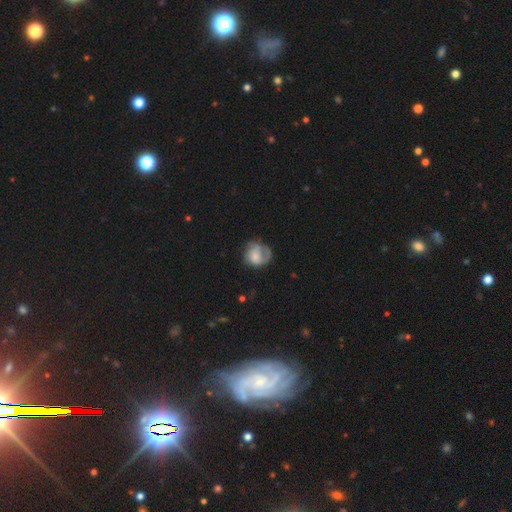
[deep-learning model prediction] A featured or disk galaxy (52%) with no bar (71%), spiral arms (83%) and a small central bulge (40%). Merging: none (50%).